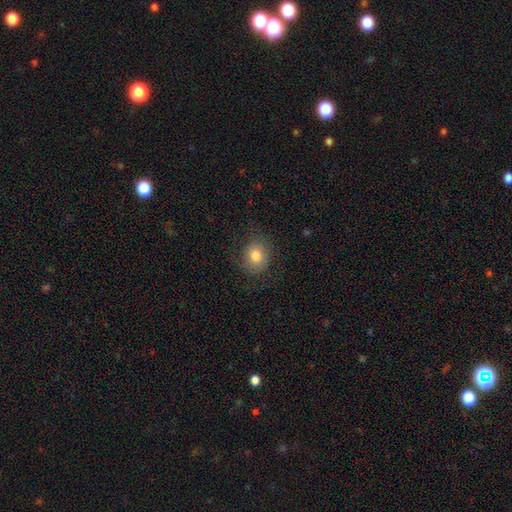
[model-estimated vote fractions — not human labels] Q: Smooth or featured?
A: smooth (79%); runner-up: featured or disk (11%)
Q: How rounded?
A: round (70%); runner-up: in between (29%)
Q: Merging?
A: none (76%); runner-up: minor disturbance (15%)